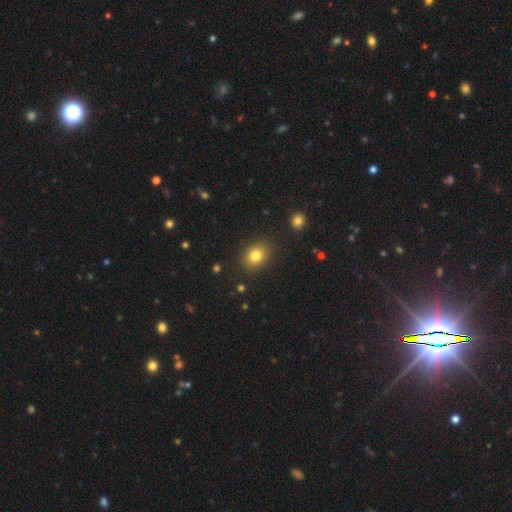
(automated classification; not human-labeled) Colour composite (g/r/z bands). It shows a smooth galaxy with no disk features (81%) that is in between round and cigar-shaped (61%). Merging: none (87%).